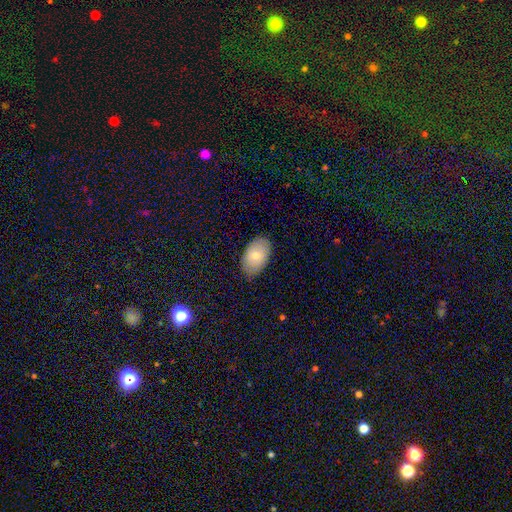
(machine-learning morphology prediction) Smooth or featured?
  - smooth: 74% *
  - featured or disk: 19%
  - star or artifact: 7%
How rounded?
  - in between: 92% *
  - round: 6%
  - cigar-shaped: 1%
Merging?
  - none: 83% *
  - minor disturbance: 13%
  - major disturbance: 2%
  - merger: 1%